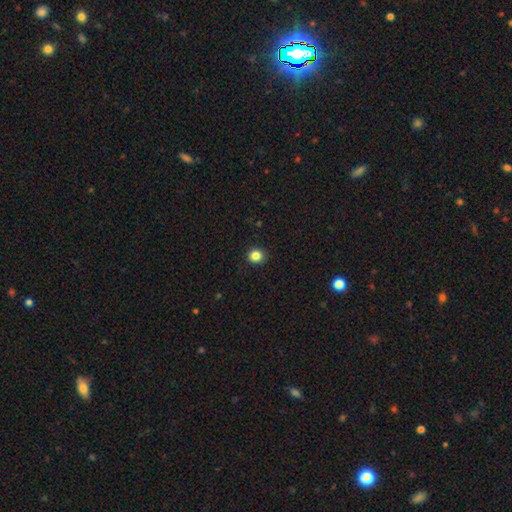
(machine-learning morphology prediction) Smooth or featured? Predicted: smooth (p=0.84). How rounded? Predicted: round (p=0.88). Merging? Predicted: none (p=0.92).